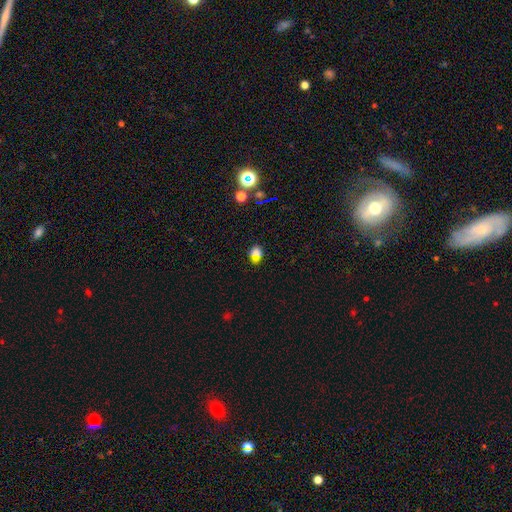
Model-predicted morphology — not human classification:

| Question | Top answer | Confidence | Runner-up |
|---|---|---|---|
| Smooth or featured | smooth | 69% | star or artifact (19%) |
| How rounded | in between | 53% | round (46%) |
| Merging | none | 49% | merger (28%) |